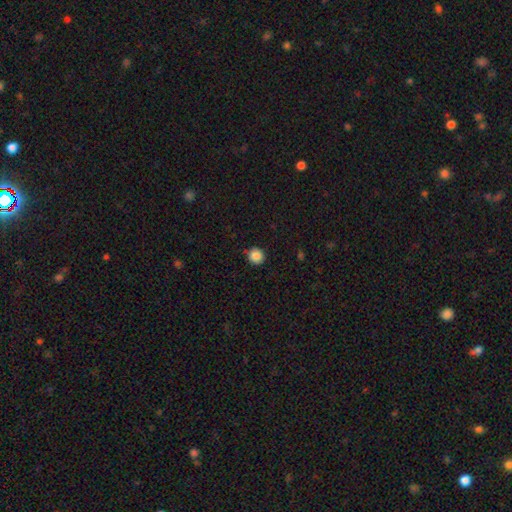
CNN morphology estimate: Smooth or featured?
  - smooth: 87% *
  - star or artifact: 10%
  - featured or disk: 4%
How rounded?
  - round: 92% *
  - in between: 7%
  - cigar-shaped: 1%
Merging?
  - none: 87% *
  - minor disturbance: 9%
  - major disturbance: 2%
  - merger: 1%